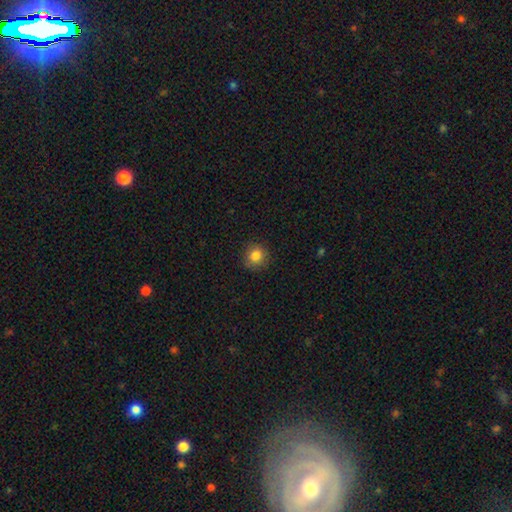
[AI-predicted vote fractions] Q: Smooth or featured?
A: smooth (83%); runner-up: star or artifact (10%)
Q: How rounded?
A: round (90%); runner-up: in between (10%)
Q: Merging?
A: none (88%); runner-up: minor disturbance (9%)